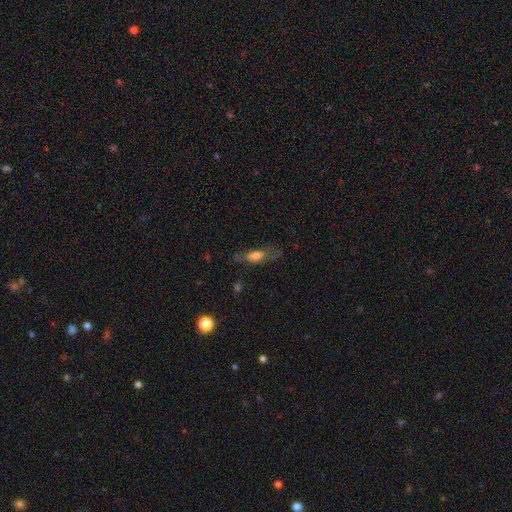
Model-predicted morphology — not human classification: smooth 57%, featured or disk 34%, star or artifact 9%. Down the decision tree: how rounded — in between (66%); merging — none (52%).